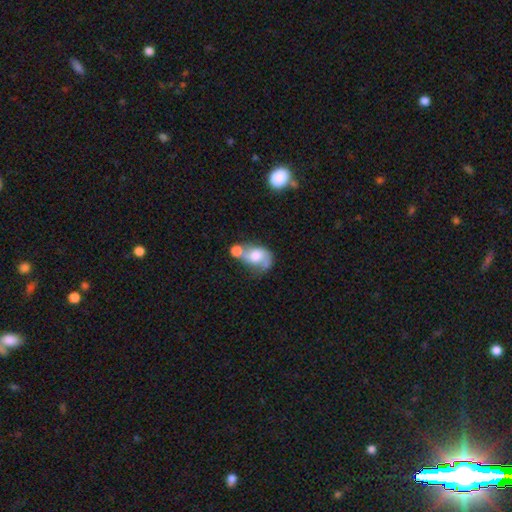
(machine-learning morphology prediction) Overall: smooth (46%; featured or disk 45%). Merging: merger (54%; none 20%).